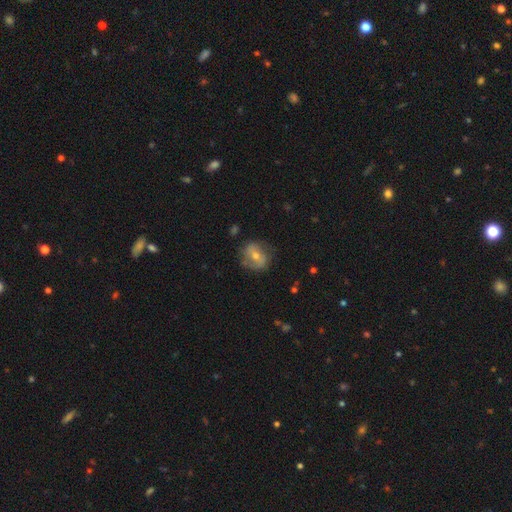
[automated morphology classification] Smooth or featured? featured or disk (54%)
Edge-on disk? no (95%)
Bar? no (41%)
Spiral arms? yes (66%)
Bulge size? moderate (54%)
Merging? none (74%)